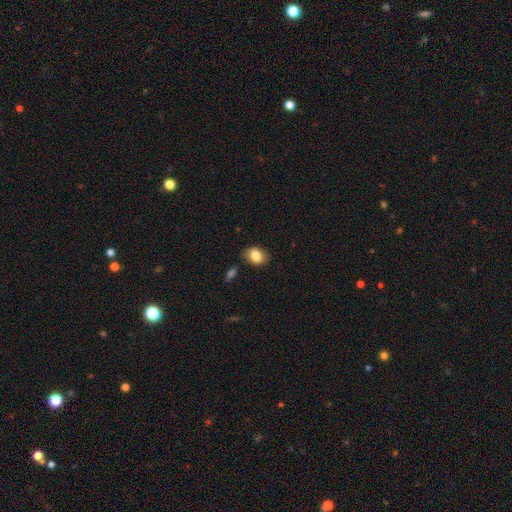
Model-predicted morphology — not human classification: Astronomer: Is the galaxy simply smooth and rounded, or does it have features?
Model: smooth — 81%.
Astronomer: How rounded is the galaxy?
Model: in between — 70%.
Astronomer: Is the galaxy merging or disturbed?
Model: none — 81%.